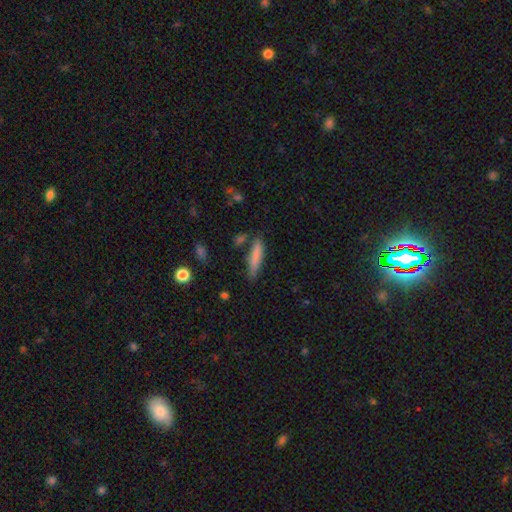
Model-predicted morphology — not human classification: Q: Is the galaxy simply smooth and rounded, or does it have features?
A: smooth — 79%.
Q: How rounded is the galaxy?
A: cigar-shaped — 82%.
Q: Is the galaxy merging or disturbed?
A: none — 73%.